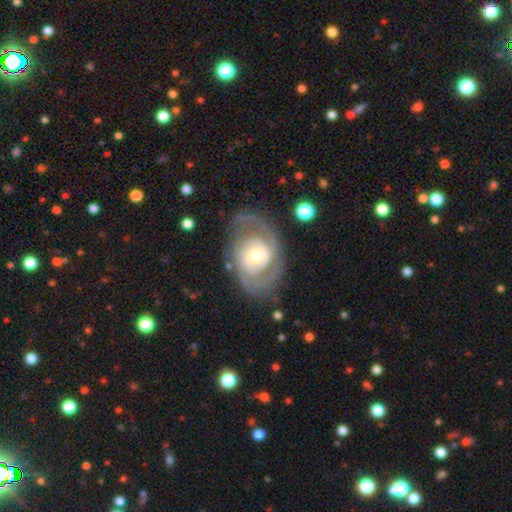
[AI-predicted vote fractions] Q: Smooth or featured?
A: featured or disk (79%); runner-up: smooth (16%)
Q: Edge-on disk?
A: no (96%); runner-up: yes (4%)
Q: Bar?
A: no (52%); runner-up: weak (36%)
Q: Spiral arms?
A: yes (76%); runner-up: no (24%)
Q: Spiral winding?
A: tight (53%); runner-up: medium (35%)
Q: Spiral arm count?
A: 2 (56%); runner-up: can't tell (28%)
Q: Bulge size?
A: moderate (58%); runner-up: small (30%)
Q: Merging?
A: none (70%); runner-up: minor disturbance (17%)